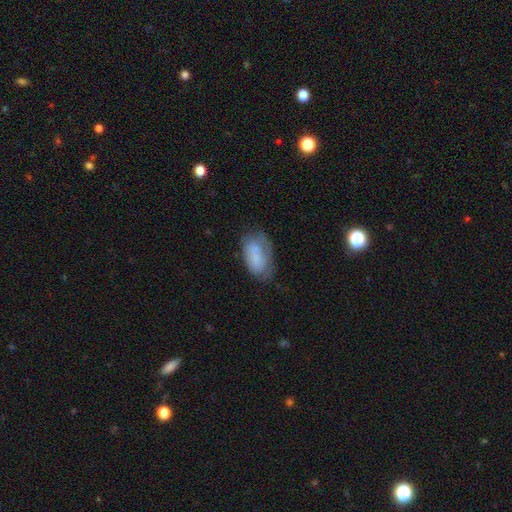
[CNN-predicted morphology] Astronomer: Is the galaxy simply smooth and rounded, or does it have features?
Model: smooth — 67%.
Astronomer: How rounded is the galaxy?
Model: in between — 92%.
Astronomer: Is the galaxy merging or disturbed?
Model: none — 49% (runner-up: minor disturbance, 31%).